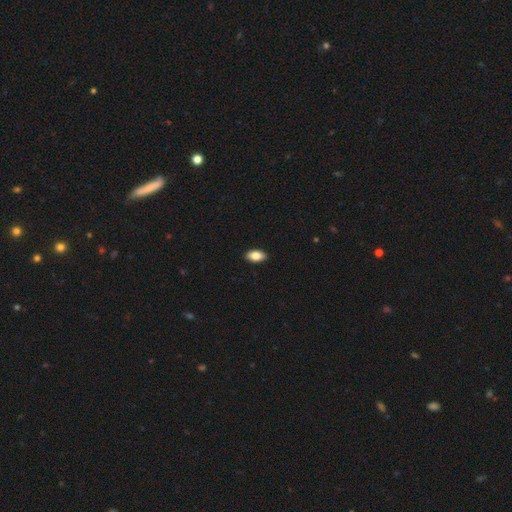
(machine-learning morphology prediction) Smooth or featured? smooth (84%)
How rounded? in between (92%)
Merging? none (90%)